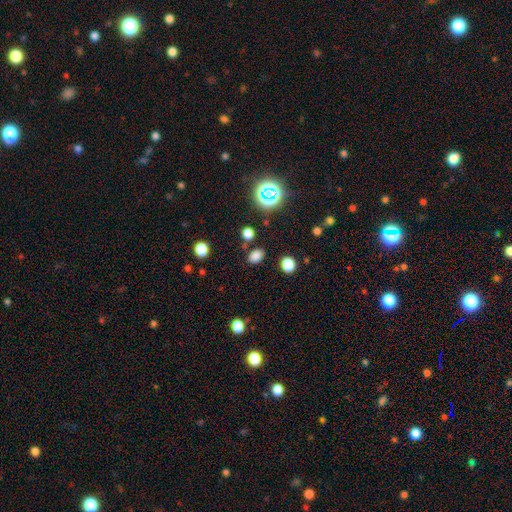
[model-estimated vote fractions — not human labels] Q: Smooth or featured?
A: smooth (75%); runner-up: star or artifact (20%)
Q: How rounded?
A: in between (72%); runner-up: round (27%)
Q: Merging?
A: none (80%); runner-up: minor disturbance (11%)